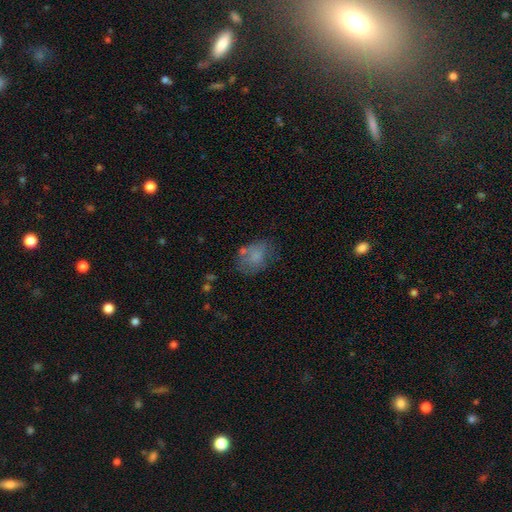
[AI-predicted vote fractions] Smooth or featured?
  - smooth: 67% *
  - featured or disk: 23%
  - star or artifact: 10%
How rounded?
  - in between: 72% *
  - round: 26%
  - cigar-shaped: 1%
Merging?
  - none: 51% *
  - minor disturbance: 25%
  - major disturbance: 14%
  - merger: 10%